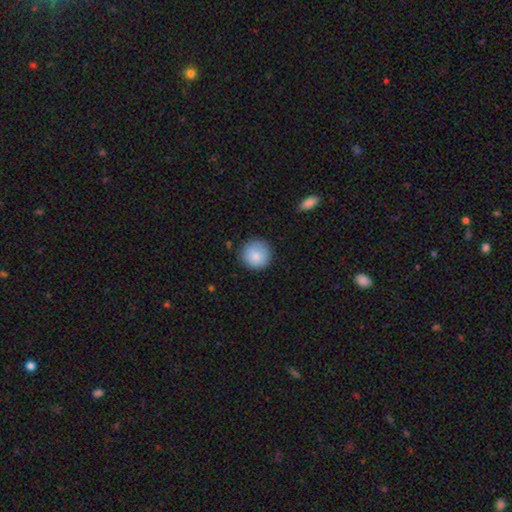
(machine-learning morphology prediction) A smooth galaxy with no disk features (87%) that is round (94%). Merging: none (87%).